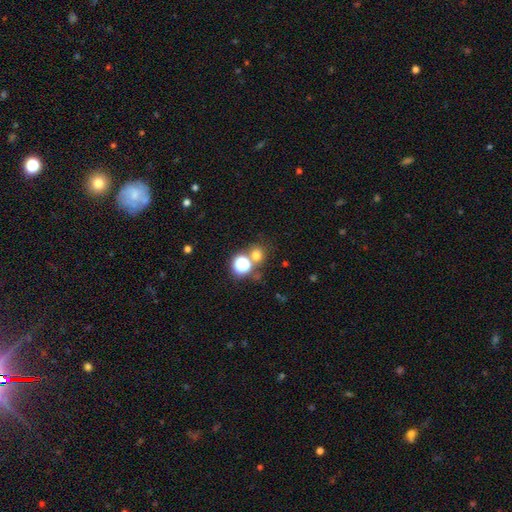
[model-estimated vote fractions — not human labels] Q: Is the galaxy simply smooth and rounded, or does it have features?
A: smooth — 49%.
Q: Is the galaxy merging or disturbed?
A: none — 68%.